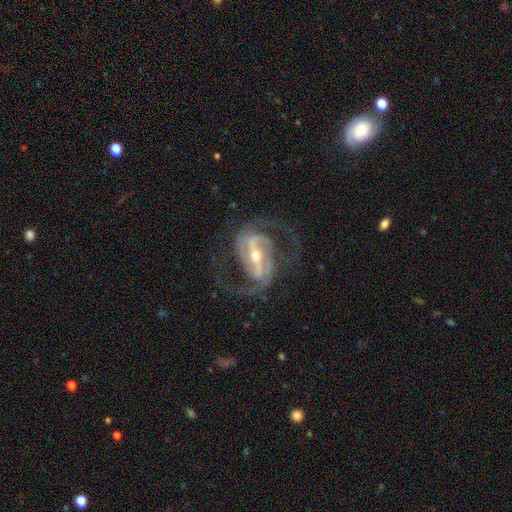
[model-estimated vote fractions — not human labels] Smooth or featured? featured or disk (93%)
Edge-on disk? no (96%)
Bar? strong (71%)
Spiral arms? yes (98%)
Spiral winding? medium (59%)
Spiral arm count? 2 (88%)
Bulge size? moderate (48%, tied with small)
Merging? none (74%)